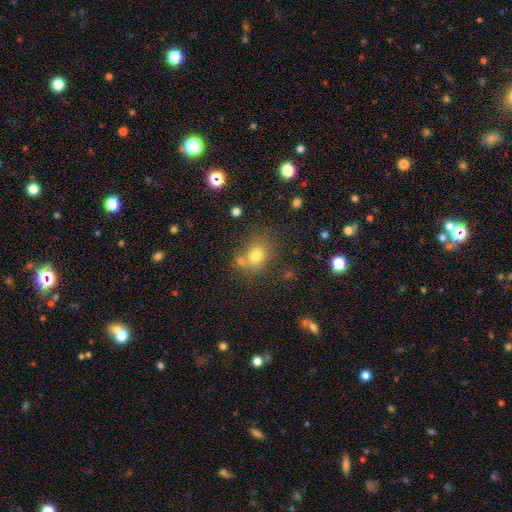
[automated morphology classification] This appears to be a smooth galaxy with no disk features (75%) that is round (67%). Merging: none (61%).